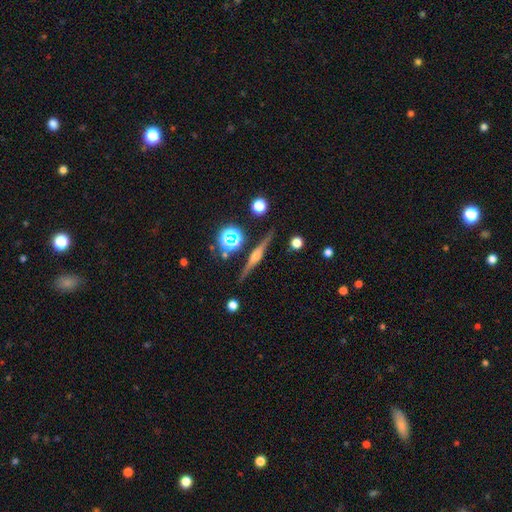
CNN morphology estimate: Smooth or featured: featured or disk — 77% (smooth — 13%)
Edge-on disk: yes — 98% (no — 2%)
Edge-on bulge: rounded — 87% (boxy — 9%)
Merging: none — 88% (minor disturbance — 8%)